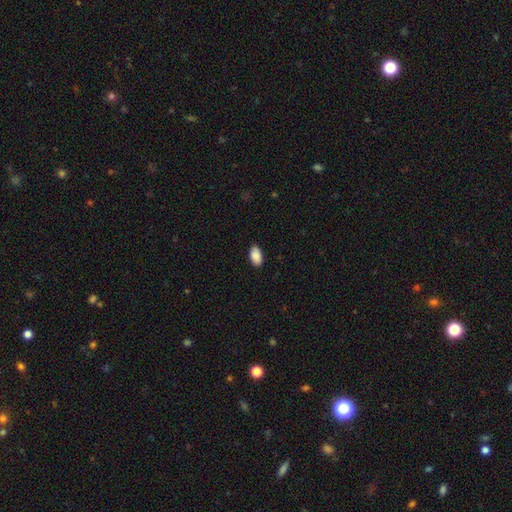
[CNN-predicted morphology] Smooth or featured?
  - smooth: 90% *
  - star or artifact: 7%
  - featured or disk: 3%
How rounded?
  - in between: 94% *
  - round: 4%
  - cigar-shaped: 2%
Merging?
  - none: 88% *
  - minor disturbance: 9%
  - major disturbance: 2%
  - merger: 1%